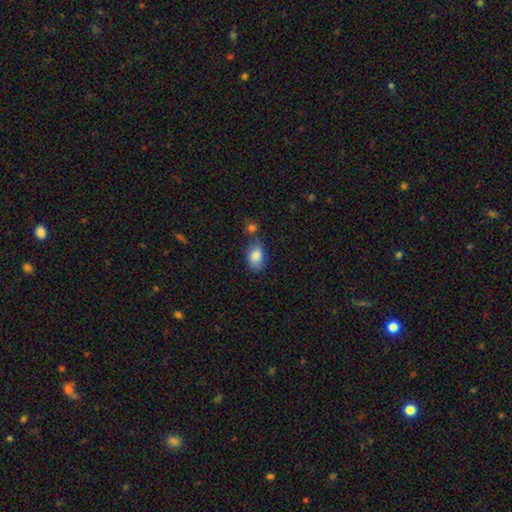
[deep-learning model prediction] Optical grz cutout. It shows a smooth galaxy with no disk features (85%) that is in between round and cigar-shaped (85%). Merging: none (64%).